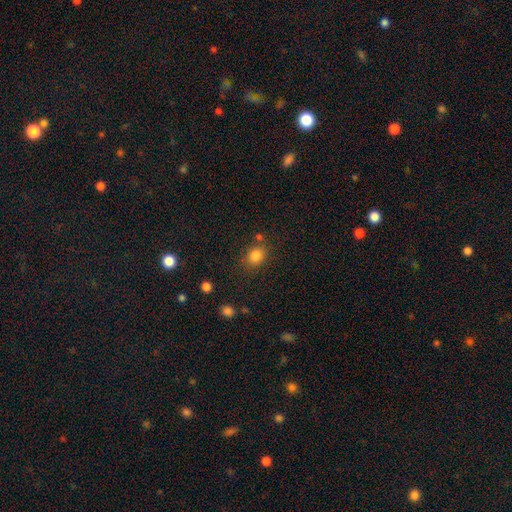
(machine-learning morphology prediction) Smooth or featured? Predicted: smooth (p=0.83). How rounded? Predicted: round (p=0.57). Merging? Predicted: none (p=0.77).